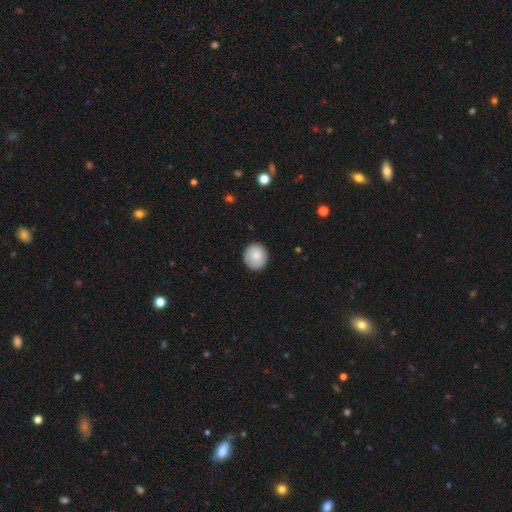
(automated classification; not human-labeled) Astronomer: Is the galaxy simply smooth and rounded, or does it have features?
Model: smooth — 86%.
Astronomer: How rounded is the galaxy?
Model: round — 89%.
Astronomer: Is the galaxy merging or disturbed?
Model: none — 90%.